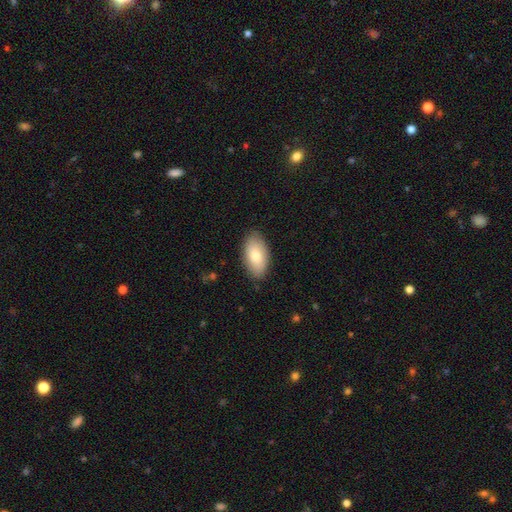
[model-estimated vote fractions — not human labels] Smooth or featured? Predicted: smooth (p=0.80). How rounded? Predicted: in between (p=0.94). Merging? Predicted: none (p=0.85).